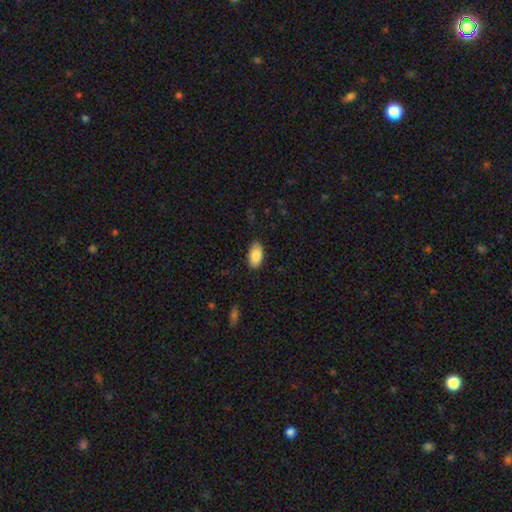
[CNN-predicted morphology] smooth_or_featured: smooth (p=0.88) [alt: star or artifact p=0.06]
how_rounded: in between (p=0.94) [alt: round p=0.04]
merging: none (p=0.85) [alt: minor disturbance p=0.12]